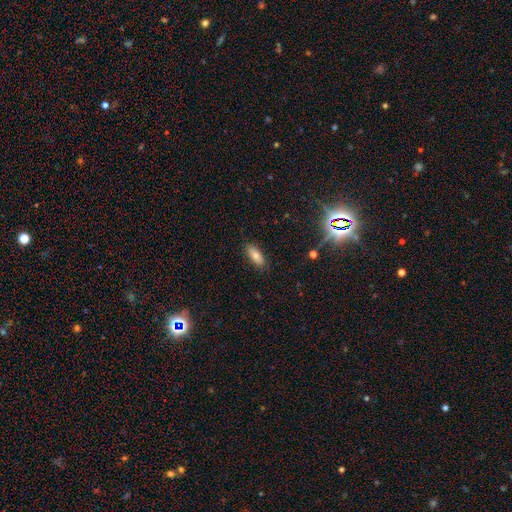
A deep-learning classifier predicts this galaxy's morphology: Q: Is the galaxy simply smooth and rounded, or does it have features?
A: smooth — 75%.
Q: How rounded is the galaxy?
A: in between — 76%.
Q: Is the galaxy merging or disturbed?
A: none — 86%.